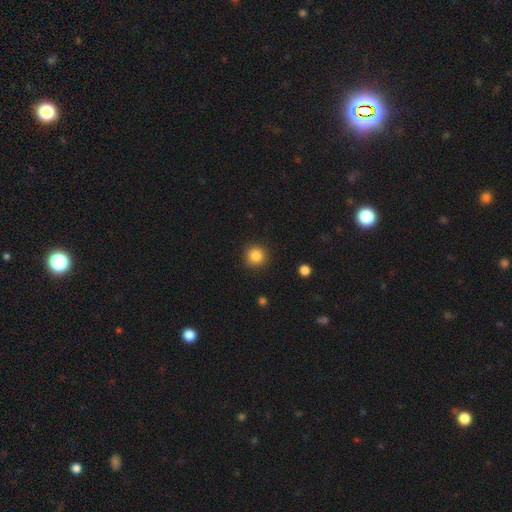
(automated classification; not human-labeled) smooth_or_featured: smooth (p=0.84) [alt: star or artifact p=0.11]
how_rounded: round (p=0.94) [alt: in between p=0.05]
merging: none (p=0.88) [alt: minor disturbance p=0.08]